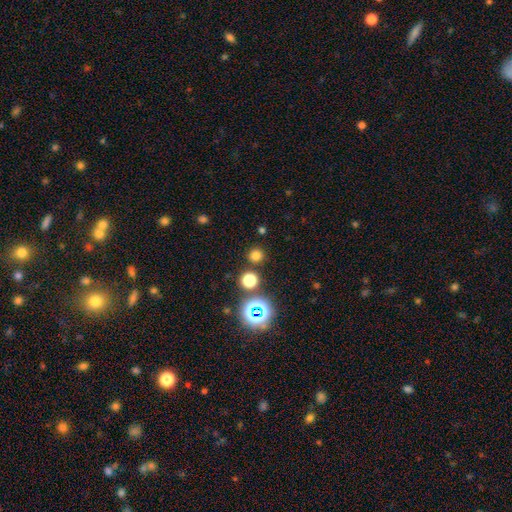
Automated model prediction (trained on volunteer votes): Smooth or featured? Predicted: smooth (p=0.71). How rounded? Predicted: round (p=0.94). Merging? Predicted: none (p=0.86).